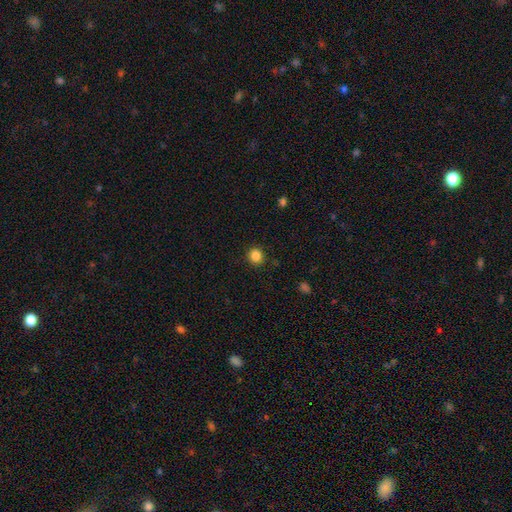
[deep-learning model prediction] A smooth galaxy with no disk features (85%) that is round (85%). Merging: none (91%).